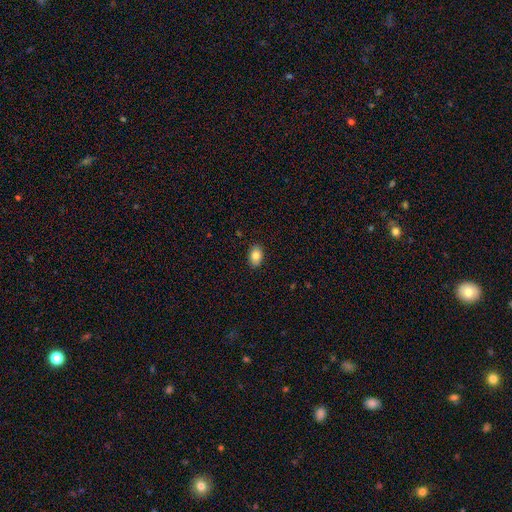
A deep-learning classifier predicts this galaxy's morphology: The model was most divided on "how rounded": in between: 84%, round: 15%, cigar-shaped: 1%. More confident: merging — none (89%); smooth or featured — smooth (84%).